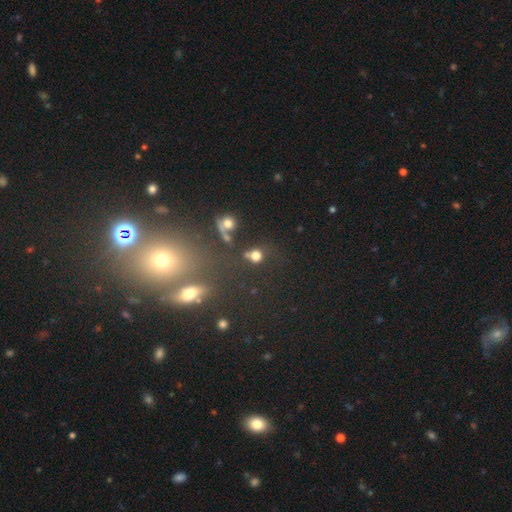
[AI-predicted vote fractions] A smooth galaxy with no disk features (71%) that is round (79%).

Vote fractions:
- Smooth or featured? smooth: 71% / star or artifact: 20% / featured or disk: 8%
- How rounded? round: 79% / in between: 20% / cigar-shaped: 2%
- Merging? none: 59% / merger: 17% / minor disturbance: 14% / major disturbance: 10%